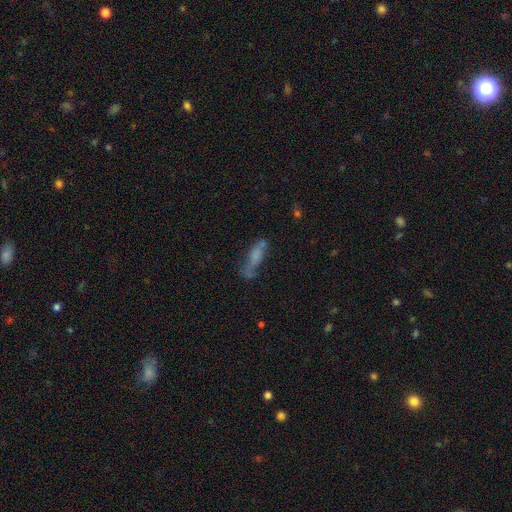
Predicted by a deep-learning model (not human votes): Smooth or featured? smooth (51%)
How rounded? cigar-shaped (60%)
Merging? none (42%)